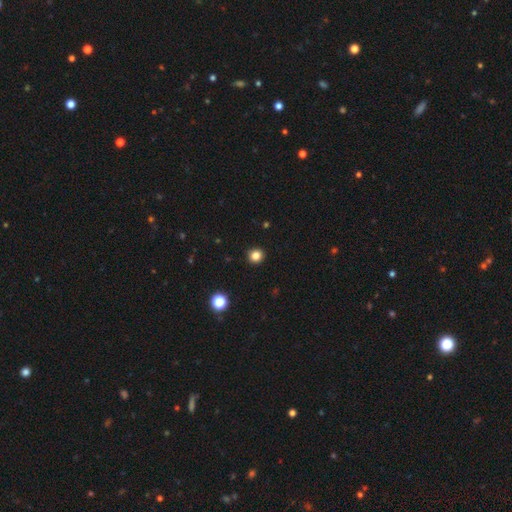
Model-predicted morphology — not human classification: smooth 83%, star or artifact 13%, featured or disk 4%. Down the decision tree: how rounded — round (92%); merging — none (92%).